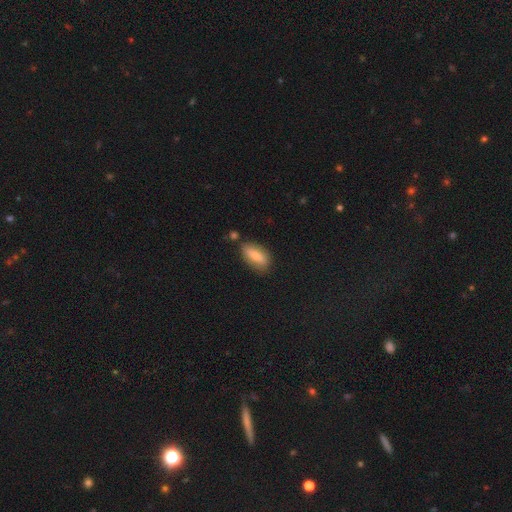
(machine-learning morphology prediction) type=smooth (72%); roundness=in between (80%); merging=none (75%).